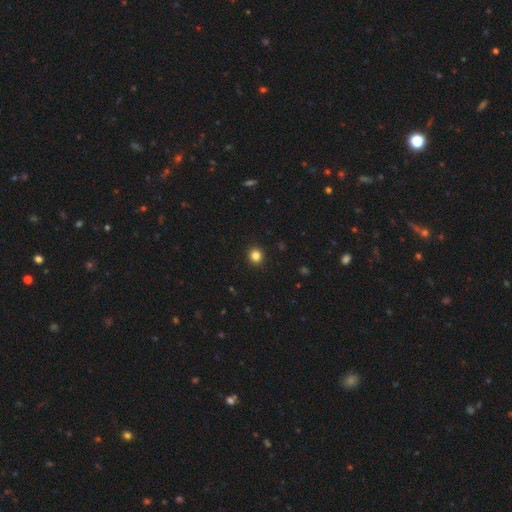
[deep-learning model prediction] Morphology: type=smooth (84%); roundness=round (91%); merging=none (93%).